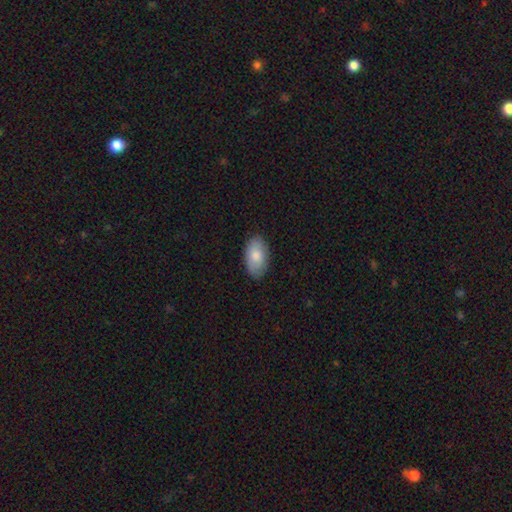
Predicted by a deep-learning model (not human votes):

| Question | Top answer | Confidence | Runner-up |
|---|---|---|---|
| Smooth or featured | smooth | 81% | featured or disk (13%) |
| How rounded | in between | 94% | round (4%) |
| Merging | none | 85% | minor disturbance (12%) |